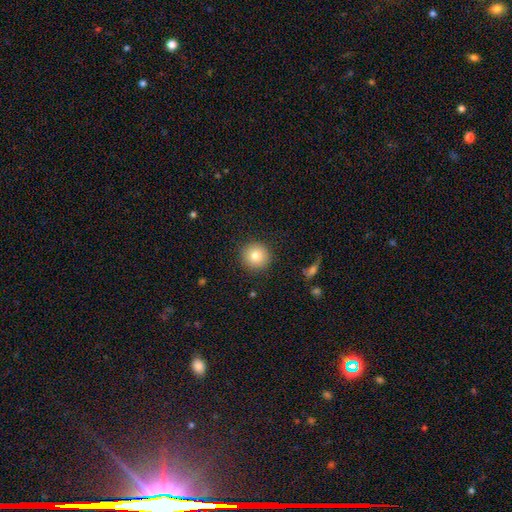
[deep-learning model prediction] This is clearly a smooth galaxy (80%). How rounded: clearly round (94%). Merging: clearly none (90%).